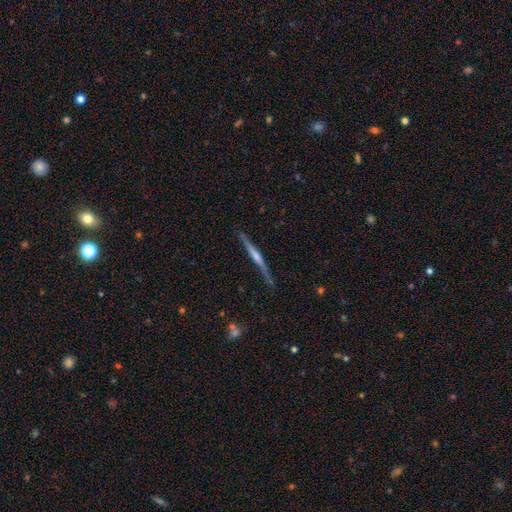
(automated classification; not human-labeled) Smooth or featured? Predicted: featured or disk (p=0.70). Edge-on disk? Predicted: yes (p=0.97). Edge-on bulge? Predicted: rounded (p=0.52). Merging? Predicted: none (p=0.81).